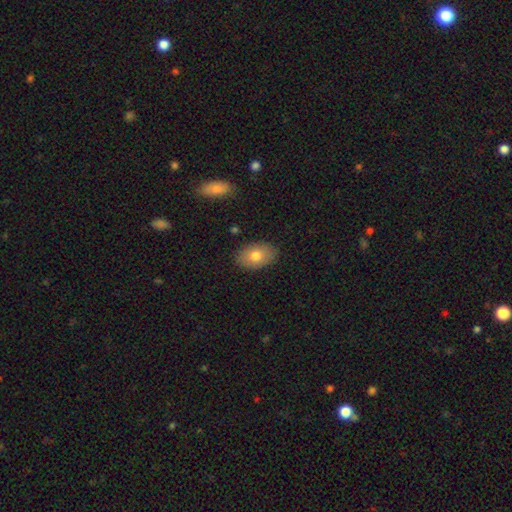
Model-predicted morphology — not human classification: A smooth galaxy with no disk features (76%) that is in between round and cigar-shaped (88%). Merging: none (87%).